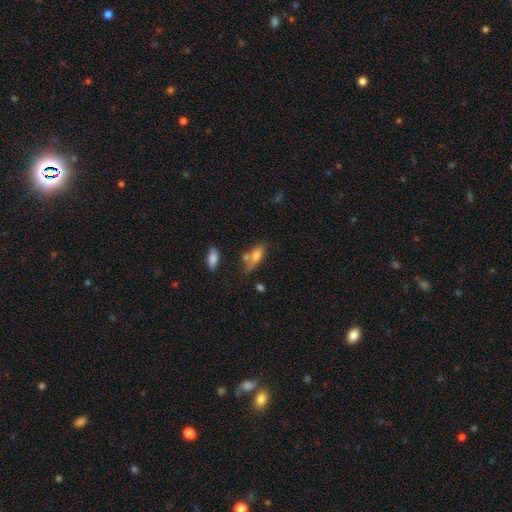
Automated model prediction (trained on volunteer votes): Smooth or featured: smooth — 71% (featured or disk — 21%)
How rounded: in between — 73% (cigar-shaped — 23%)
Merging: none — 49% (minor disturbance — 23%)